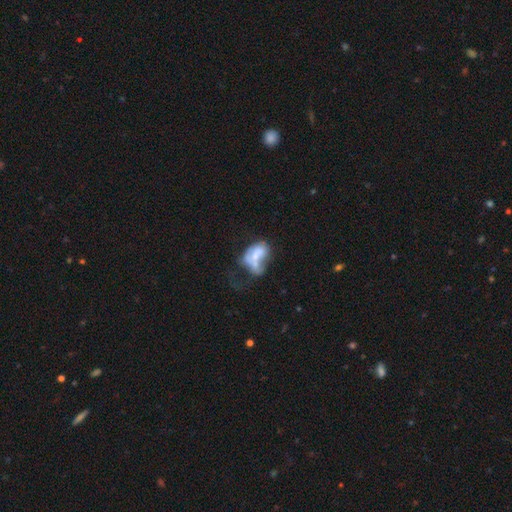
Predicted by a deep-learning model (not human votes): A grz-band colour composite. It shows a smooth galaxy with no disk features (50%). Merging: merger (42%).